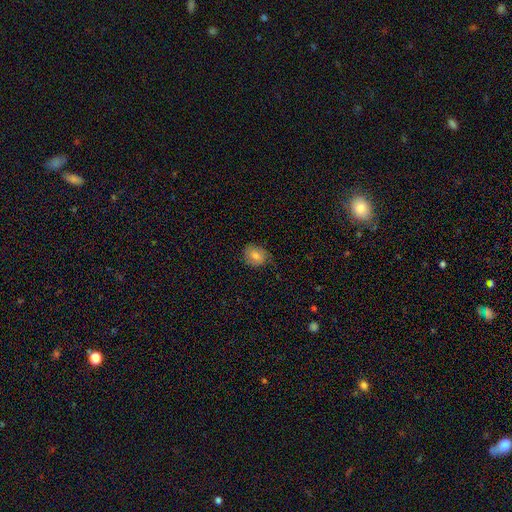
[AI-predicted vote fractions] This appears to be a smooth galaxy with no disk features (68%) that is round (65%). Merging: none (75%).